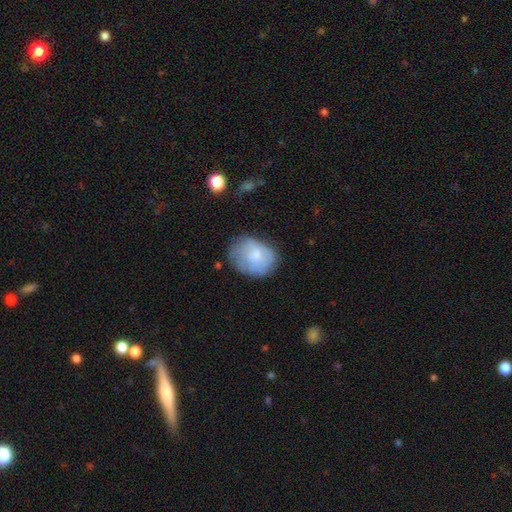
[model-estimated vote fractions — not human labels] Smooth or featured: smooth — 59% (featured or disk — 34%)
How rounded: in between — 58% (round — 41%)
Merging: none — 53% (minor disturbance — 31%)